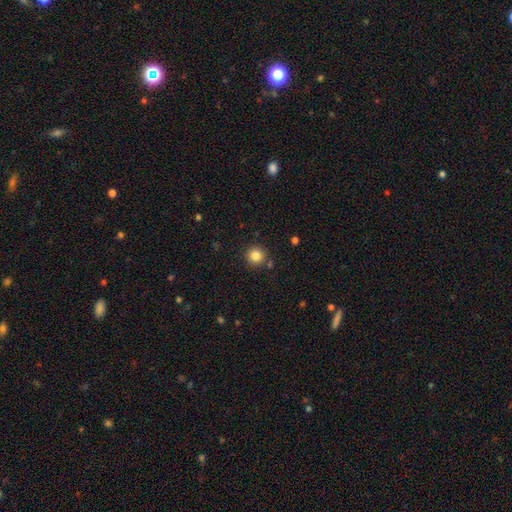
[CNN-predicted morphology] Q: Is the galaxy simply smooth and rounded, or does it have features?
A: smooth — 83%.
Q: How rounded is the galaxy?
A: round — 95%.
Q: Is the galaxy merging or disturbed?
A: none — 88%.